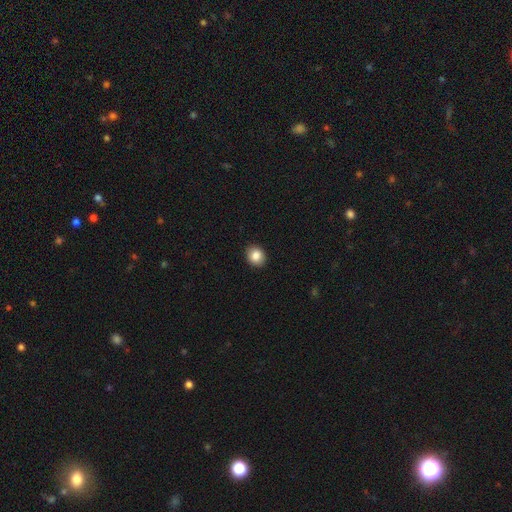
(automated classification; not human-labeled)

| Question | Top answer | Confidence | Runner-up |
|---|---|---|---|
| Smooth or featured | smooth | 86% | star or artifact (9%) |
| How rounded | round | 69% | in between (30%) |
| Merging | none | 91% | minor disturbance (6%) |